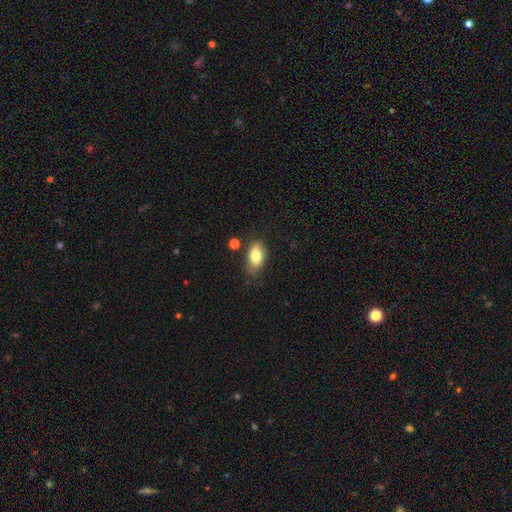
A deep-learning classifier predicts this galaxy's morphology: A smooth galaxy with no disk features (81%) that is in between round and cigar-shaped (89%).

Vote fractions:
- Smooth or featured? smooth: 81% / featured or disk: 11% / star or artifact: 8%
- How rounded? in between: 89% / round: 7% / cigar-shaped: 4%
- Merging? none: 71% / minor disturbance: 20% / merger: 5% / major disturbance: 5%